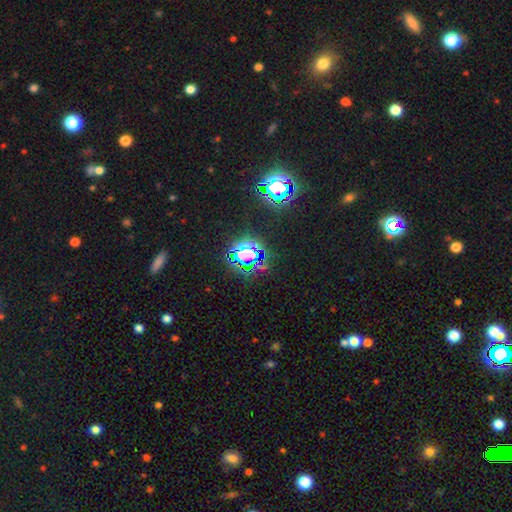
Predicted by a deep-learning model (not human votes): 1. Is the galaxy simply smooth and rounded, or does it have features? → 74% star or artifact, 15% smooth, 11% featured or disk.